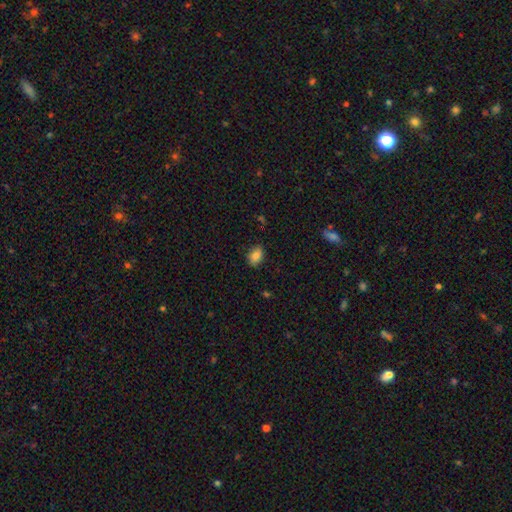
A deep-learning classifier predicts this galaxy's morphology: smooth_or_featured: smooth (p=0.83) [alt: star or artifact p=0.09]
how_rounded: in between (p=0.78) [alt: round p=0.20]
merging: none (p=0.81) [alt: minor disturbance p=0.15]